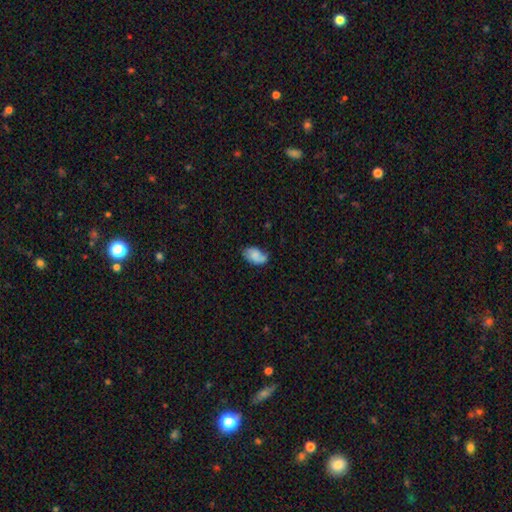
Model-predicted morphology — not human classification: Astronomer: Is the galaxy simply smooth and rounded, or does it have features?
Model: smooth — 67%.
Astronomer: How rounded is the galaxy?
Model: in between — 91%.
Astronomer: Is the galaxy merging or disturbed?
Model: none — 61%.